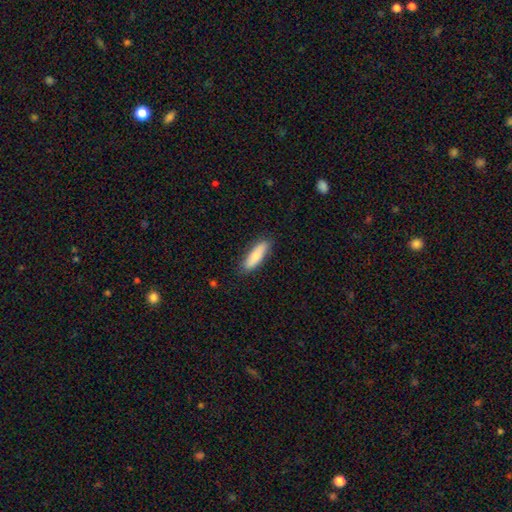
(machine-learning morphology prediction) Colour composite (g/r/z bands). It shows a smooth galaxy with no disk features (78%) that is cigar-shaped (55%). Merging: none (86%).